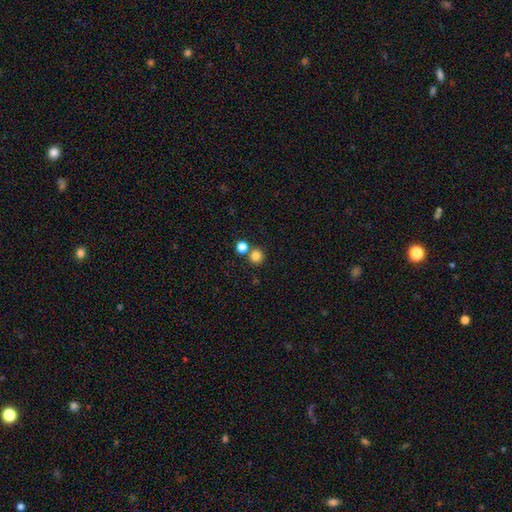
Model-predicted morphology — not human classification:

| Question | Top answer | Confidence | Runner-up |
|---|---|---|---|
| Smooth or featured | smooth | 81% | star or artifact (14%) |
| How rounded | round | 92% | in between (7%) |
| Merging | none | 73% | merger (18%) |